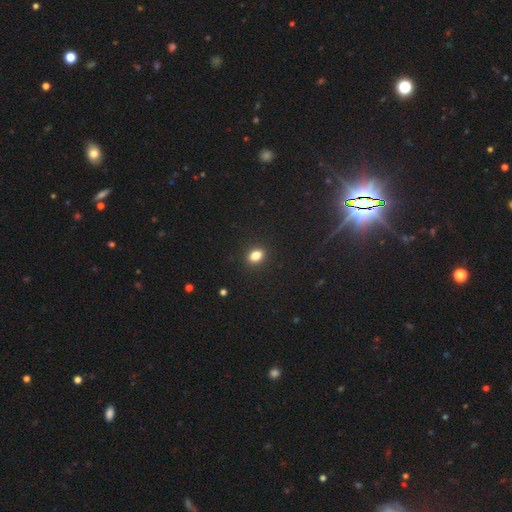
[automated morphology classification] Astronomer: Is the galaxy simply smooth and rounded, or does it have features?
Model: smooth — 83%.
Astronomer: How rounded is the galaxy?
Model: in between — 71%.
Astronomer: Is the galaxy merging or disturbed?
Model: none — 90%.